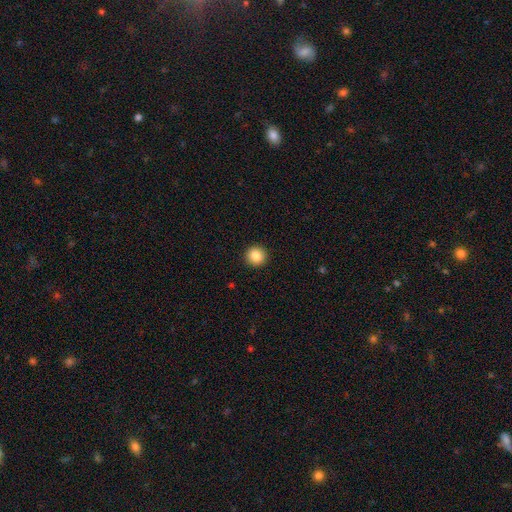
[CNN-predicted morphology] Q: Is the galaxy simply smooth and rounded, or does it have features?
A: smooth — 86%.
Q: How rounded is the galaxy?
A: round — 94%.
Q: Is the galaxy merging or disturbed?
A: none — 93%.